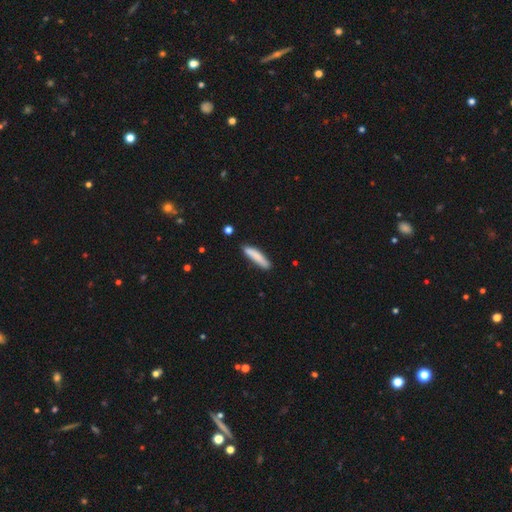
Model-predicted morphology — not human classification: A smooth galaxy with no disk features (83%) that is cigar-shaped (85%). Merging: none (82%).